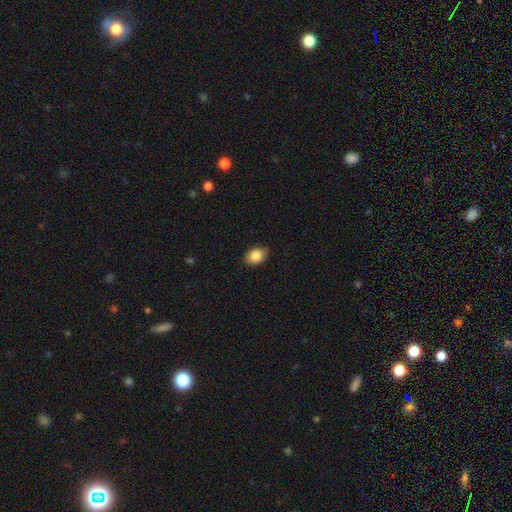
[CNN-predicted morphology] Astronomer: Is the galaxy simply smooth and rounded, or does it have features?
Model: smooth — 87%.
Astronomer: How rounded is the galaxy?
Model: in between — 79%.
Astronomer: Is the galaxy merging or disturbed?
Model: none — 87%.